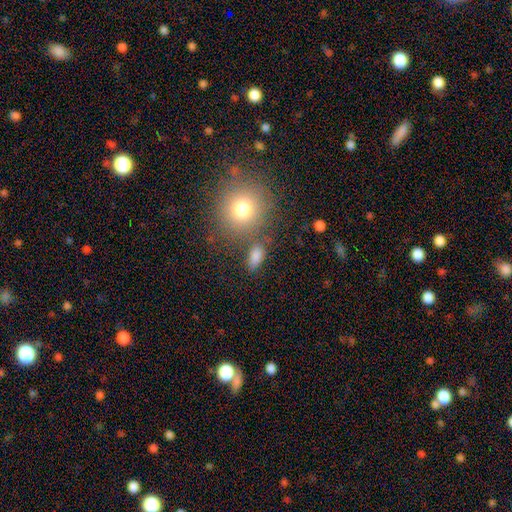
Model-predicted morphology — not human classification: A smooth galaxy with no disk features (77%) that is in between round and cigar-shaped (74%).

Vote fractions:
- Smooth or featured? smooth: 77% / star or artifact: 14% / featured or disk: 8%
- How rounded? in between: 74% / round: 18% / cigar-shaped: 8%
- Merging? none: 70% / minor disturbance: 13% / merger: 11% / major disturbance: 6%